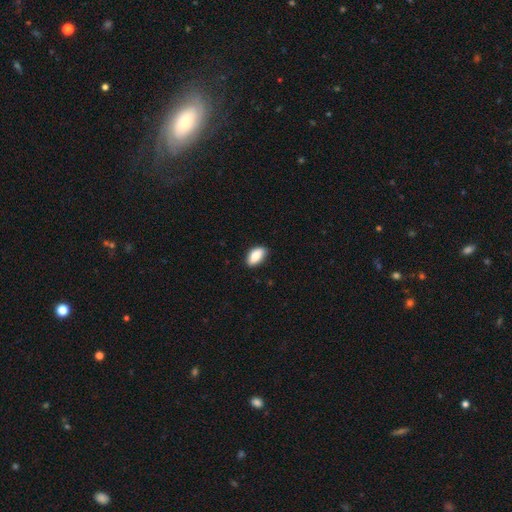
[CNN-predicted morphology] A smooth galaxy with no disk features (88%) that is in between round and cigar-shaped (92%).

Vote fractions:
- Smooth or featured? smooth: 88% / star or artifact: 7% / featured or disk: 5%
- How rounded? in between: 92% / cigar-shaped: 4% / round: 4%
- Merging? none: 84% / minor disturbance: 13% / major disturbance: 2% / merger: 1%